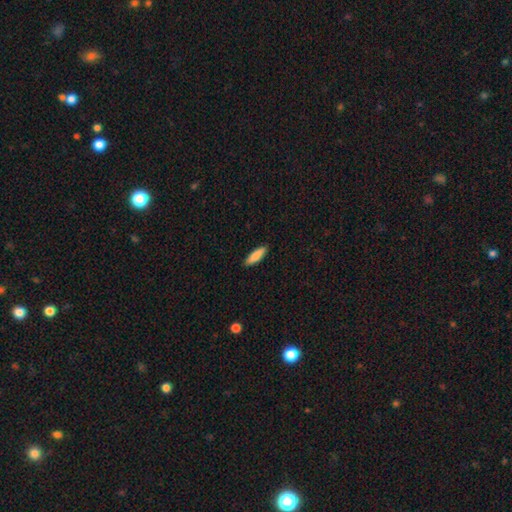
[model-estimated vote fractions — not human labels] smooth 86%, featured or disk 8%, star or artifact 6%. Down the decision tree: how rounded — cigar-shaped (55%); merging — none (90%).